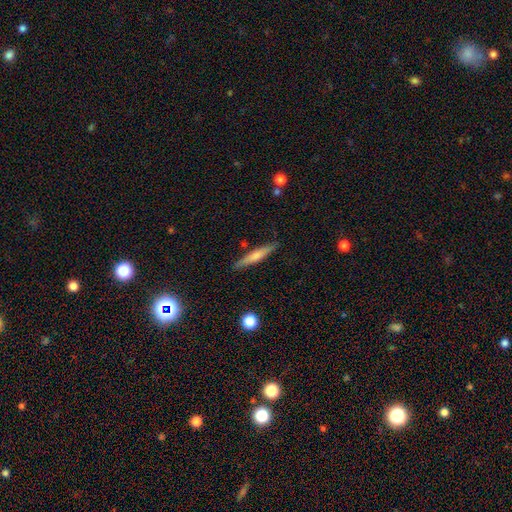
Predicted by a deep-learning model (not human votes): Smooth or featured?
  - smooth: 54% *
  - featured or disk: 40%
  - star or artifact: 6%
How rounded?
  - cigar-shaped: 92% *
  - in between: 7%
  - round: 2%
Merging?
  - none: 86% *
  - minor disturbance: 9%
  - merger: 2%
  - major disturbance: 2%